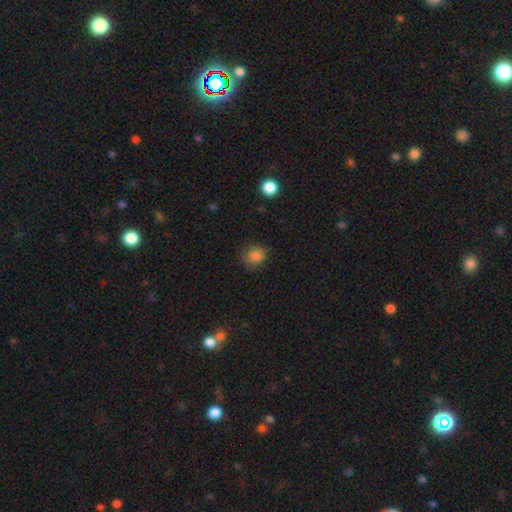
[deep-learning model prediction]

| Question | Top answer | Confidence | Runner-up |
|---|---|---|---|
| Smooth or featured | smooth | 82% | star or artifact (11%) |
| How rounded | round | 73% | in between (26%) |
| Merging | none | 72% | minor disturbance (20%) |